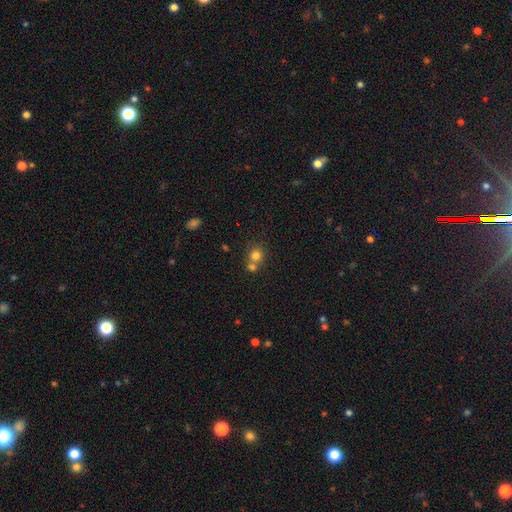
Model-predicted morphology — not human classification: Smooth or featured: smooth — 78% (star or artifact — 13%)
How rounded: round — 86% (in between — 13%)
Merging: none — 49% (merger — 42%)